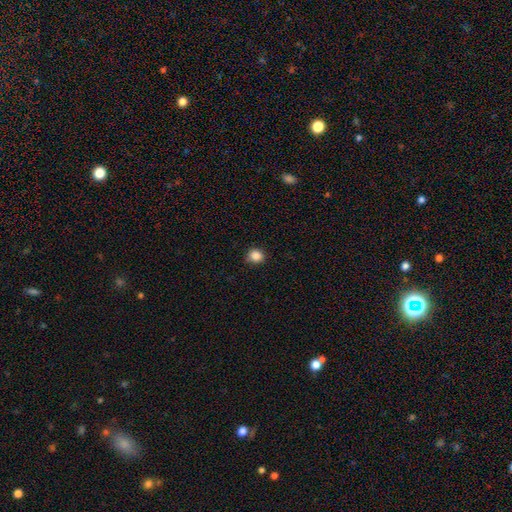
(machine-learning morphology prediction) A smooth galaxy with no disk features (86%) that is round (81%). Merging: none (84%).